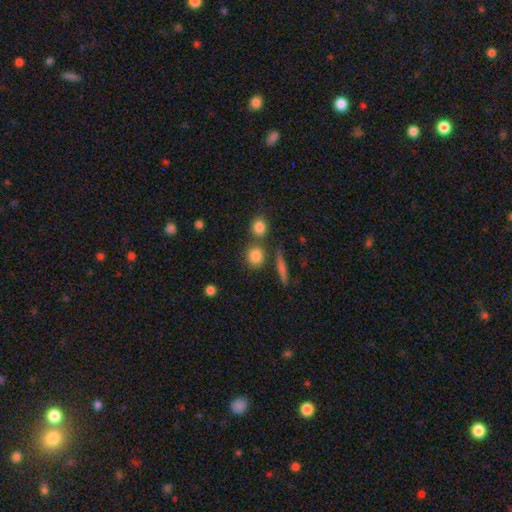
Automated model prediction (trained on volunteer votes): Overall: smooth (82%). How rounded: round (81%). Merging: none (67%).